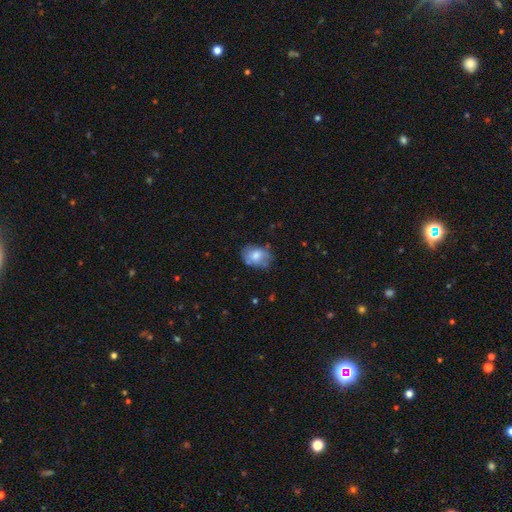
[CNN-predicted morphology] smooth 70%, featured or disk 22%, star or artifact 8%. Down the decision tree: how rounded — in between (68%); merging — none (62%).